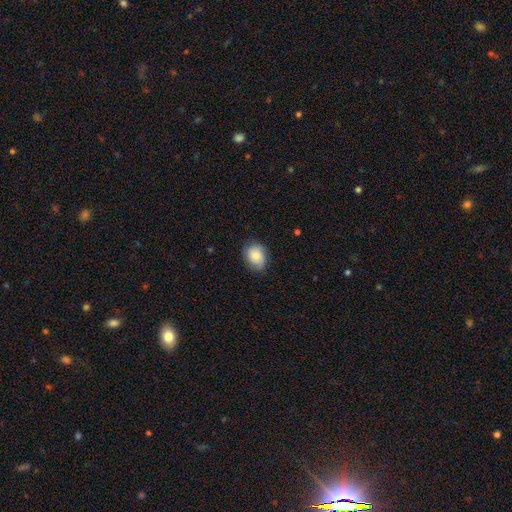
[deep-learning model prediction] Morphology: type=smooth (80%); roundness=in between (56%); merging=none (71%).